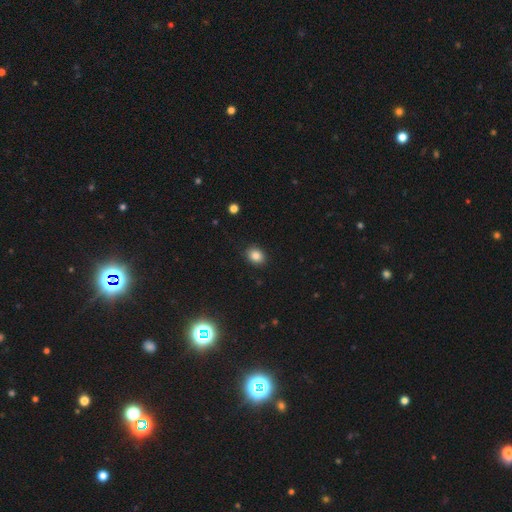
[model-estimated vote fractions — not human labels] A smooth galaxy with no disk features (84%) that is in between round and cigar-shaped (52%). Merging: none (89%).